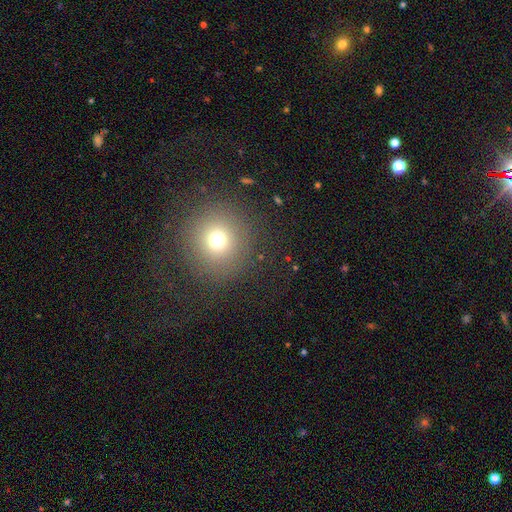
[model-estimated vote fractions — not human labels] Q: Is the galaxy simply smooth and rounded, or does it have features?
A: smooth — 58%.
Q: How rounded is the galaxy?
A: round — 92%.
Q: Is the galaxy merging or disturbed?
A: none — 82%.